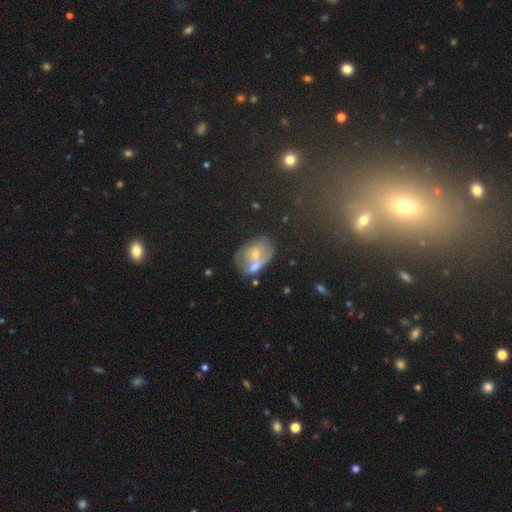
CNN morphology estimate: type=featured or disk (44%); merging=merger (38%).